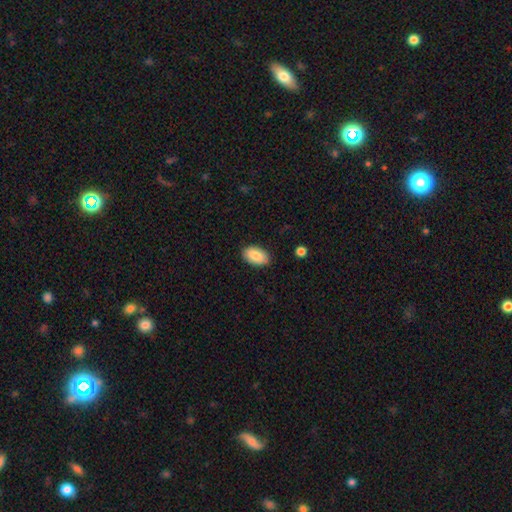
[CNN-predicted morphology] smooth 85%, featured or disk 8%, star or artifact 7%. Down the decision tree: how rounded — in between (94%); merging — none (87%).